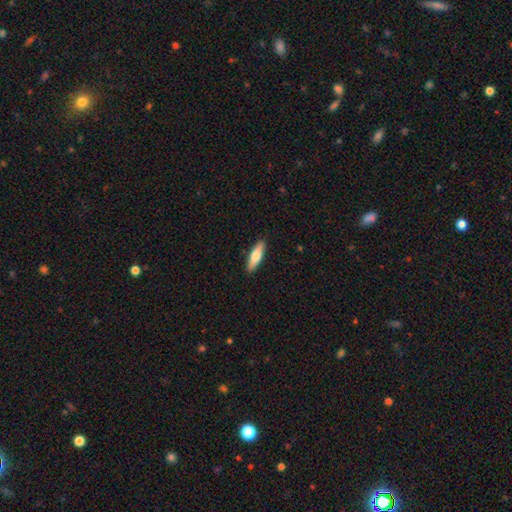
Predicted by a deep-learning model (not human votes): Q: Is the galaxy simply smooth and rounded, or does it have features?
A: smooth — 70%.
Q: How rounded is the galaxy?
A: cigar-shaped — 62%.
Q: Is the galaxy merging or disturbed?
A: none — 90%.